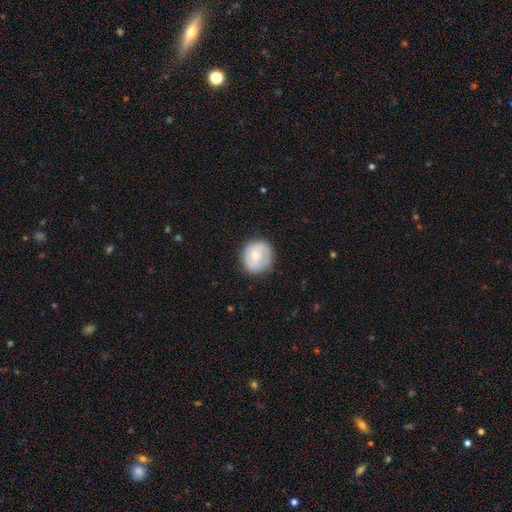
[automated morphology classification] smooth 57%, featured or disk 37%, star or artifact 6%. Down the decision tree: how rounded — round (85%); merging — none (77%).